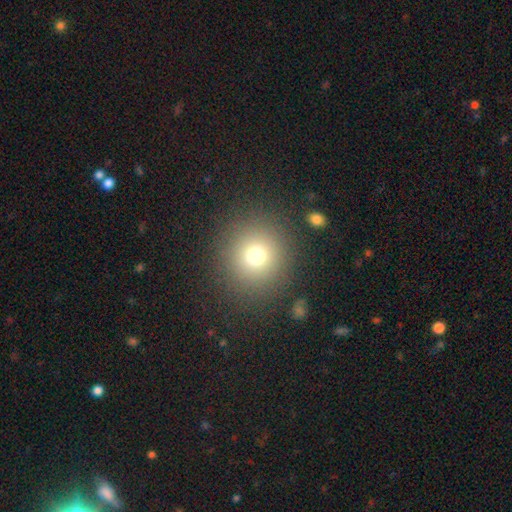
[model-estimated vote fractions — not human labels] Smooth or featured?
  - smooth: 73% *
  - star or artifact: 17%
  - featured or disk: 10%
How rounded?
  - round: 93% *
  - in between: 6%
  - cigar-shaped: 1%
Merging?
  - none: 88% *
  - minor disturbance: 7%
  - major disturbance: 4%
  - merger: 2%